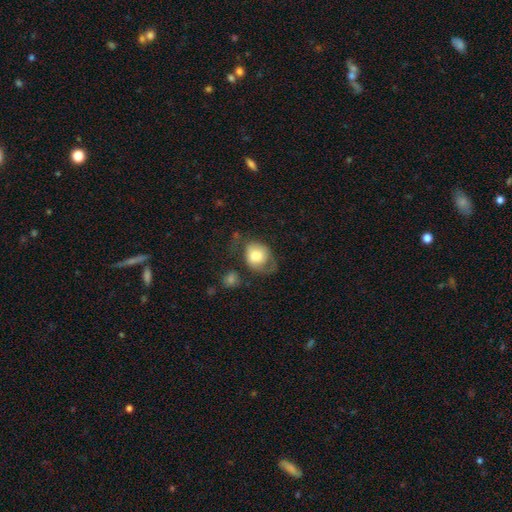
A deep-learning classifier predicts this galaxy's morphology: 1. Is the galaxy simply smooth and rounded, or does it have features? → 69% smooth, 24% featured or disk, 7% star or artifact.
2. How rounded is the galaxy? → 51% in between, 48% round, 1% cigar-shaped.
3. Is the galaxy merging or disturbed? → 36% none, 30% major disturbance, 29% minor disturbance, 5% merger.